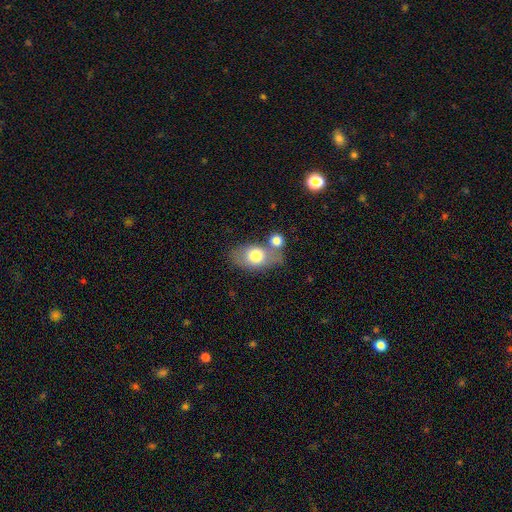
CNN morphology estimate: smooth_or_featured: smooth (p=0.71) [alt: featured or disk p=0.22]
how_rounded: in between (p=0.81) [alt: round p=0.17]
merging: none (p=0.45) [alt: merger p=0.32]